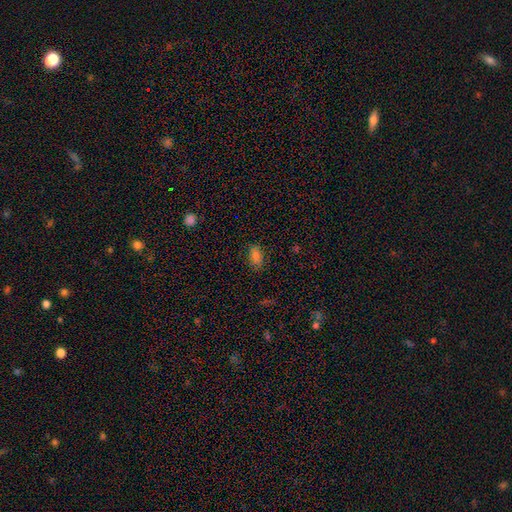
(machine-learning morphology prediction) Smooth or featured? Predicted: smooth (p=0.79). How rounded? Predicted: in between (p=0.88). Merging? Predicted: none (p=0.82).